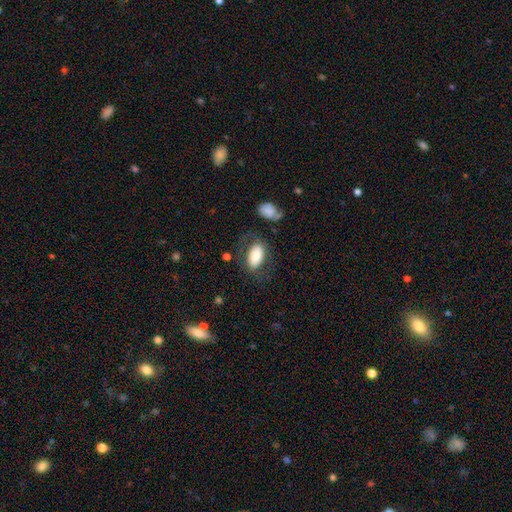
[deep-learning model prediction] A smooth galaxy with no disk features (75%) that is in between round and cigar-shaped (92%). Merging: none (58%).